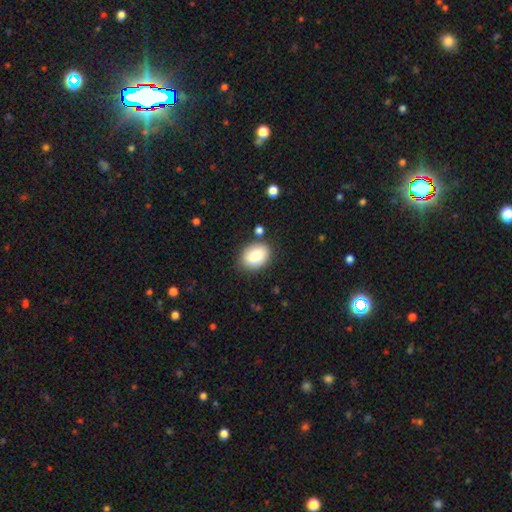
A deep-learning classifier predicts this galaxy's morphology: Overall: smooth (84%). How rounded: in between (72%). Merging: none (79%).